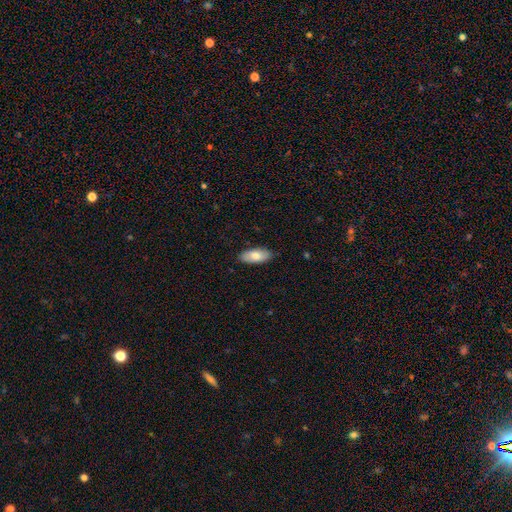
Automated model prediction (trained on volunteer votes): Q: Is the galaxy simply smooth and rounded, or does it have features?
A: smooth — 79%.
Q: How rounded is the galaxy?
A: in between — 87%.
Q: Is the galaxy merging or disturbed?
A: none — 86%.